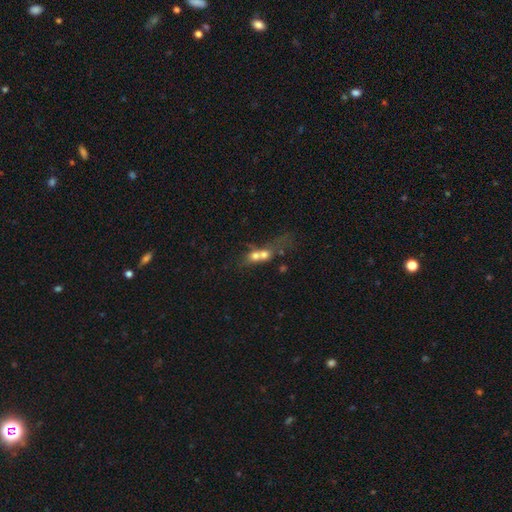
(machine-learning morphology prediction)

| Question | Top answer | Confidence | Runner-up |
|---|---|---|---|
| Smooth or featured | smooth | 59% | featured or disk (29%) |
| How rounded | round | 49% | in between (40%) |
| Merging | merger | 73% | none (14%) |